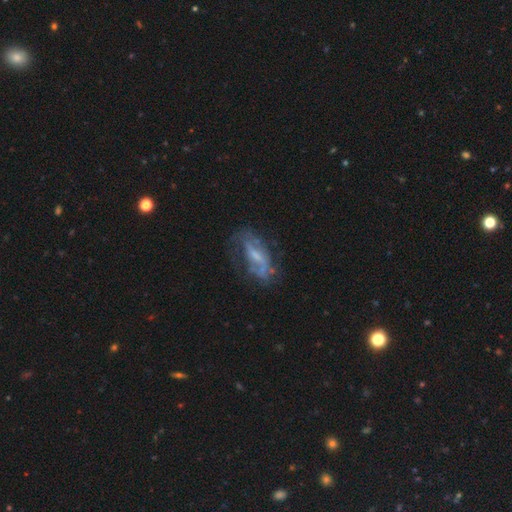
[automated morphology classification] smooth_or_featured: featured or disk (p=0.64) [alt: smooth p=0.24]
disk_edge_on: no (p=0.85) [alt: yes p=0.15]
bar: no (p=0.43) [alt: weak p=0.39]
has_spiral_arms: yes (p=0.60) [alt: no p=0.40]
bulge_size: small (p=0.48) [alt: moderate p=0.30]
merging: none (p=0.59) [alt: minor disturbance p=0.22]